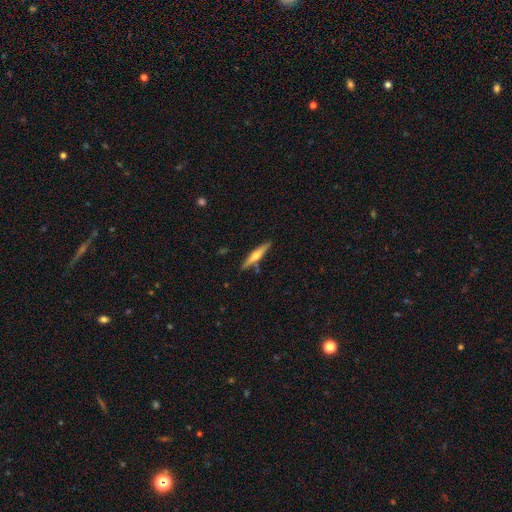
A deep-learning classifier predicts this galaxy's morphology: Smooth or featured? Predicted: featured or disk (p=0.59). Edge-on disk? Predicted: yes (p=0.97). Edge-on bulge? Predicted: rounded (p=0.89). Merging? Predicted: none (p=0.85).